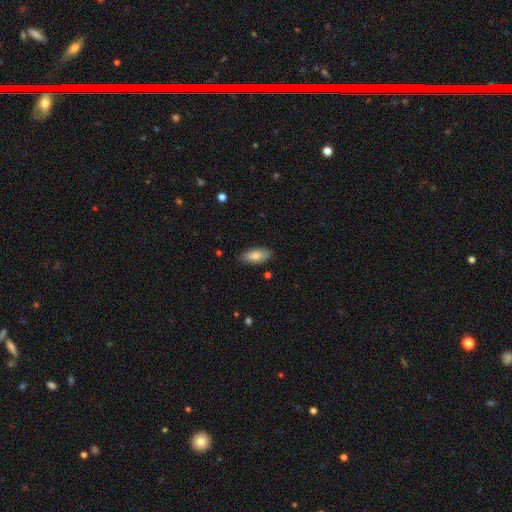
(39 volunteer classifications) Smooth or featured? 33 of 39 (85%) said smooth. How rounded? 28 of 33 (85%) said in between. Merging? 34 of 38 (89%) said none.